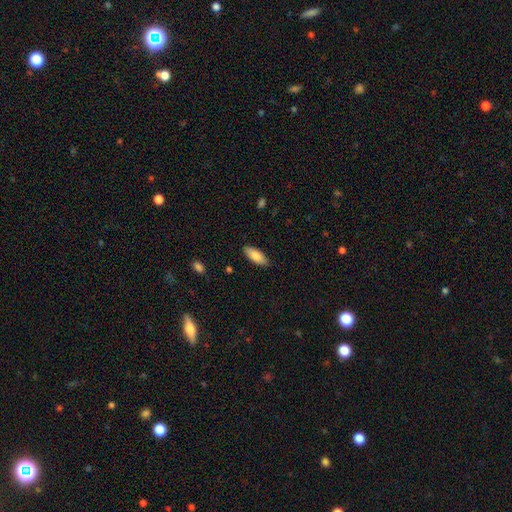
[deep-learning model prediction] Smooth or featured?
  - smooth: 83% *
  - featured or disk: 11%
  - star or artifact: 6%
How rounded?
  - in between: 80% *
  - cigar-shaped: 18%
  - round: 2%
Merging?
  - none: 88% *
  - minor disturbance: 9%
  - major disturbance: 2%
  - merger: 1%